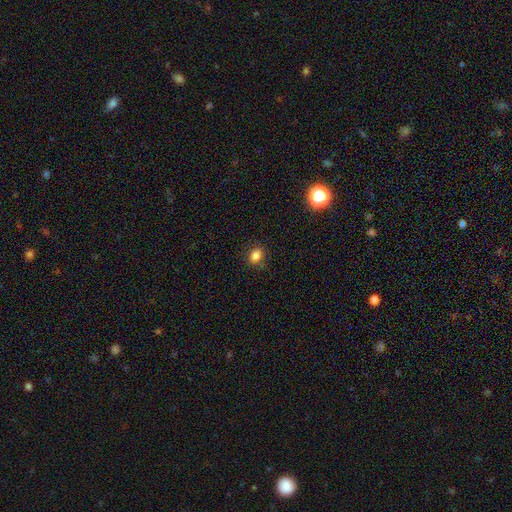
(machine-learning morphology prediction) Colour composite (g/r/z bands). It shows a smooth galaxy with no disk features (83%) that is in between round and cigar-shaped (56%). Merging: none (83%).